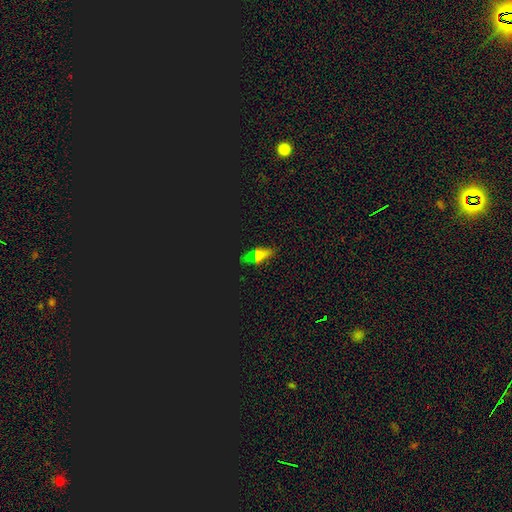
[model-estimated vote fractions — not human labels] smooth 49%, star or artifact 35%, featured or disk 16%. Down the decision tree: merging — none (81%).